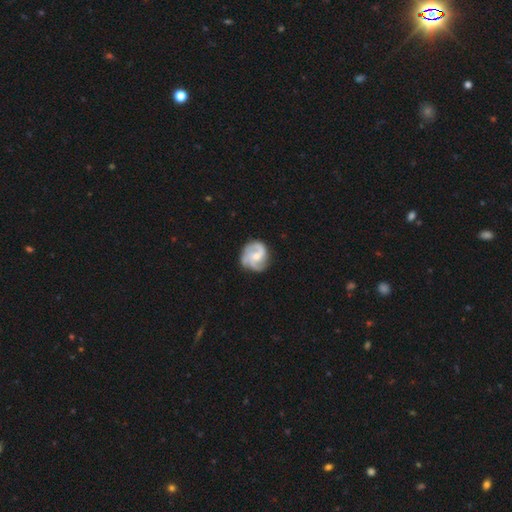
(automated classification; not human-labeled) Overall: featured or disk (82%). Edge-on disk: no (98%). Bar: no (58%; weak 35%). Spiral arms: yes (96%). Spiral arm count: 3 (48%; 2 29%). Spiral winding: medium (49%; tight 29%). Bulge size: moderate (48%; small 47%). Merging: none (70%).